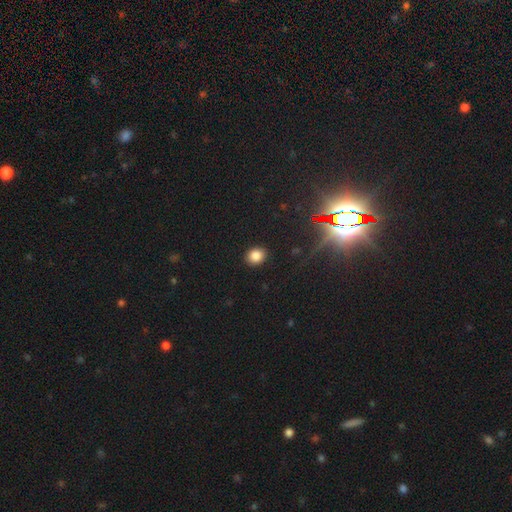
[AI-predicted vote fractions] Smooth or featured? Predicted: smooth (p=0.83). How rounded? Predicted: round (p=0.59). Merging? Predicted: none (p=0.90).